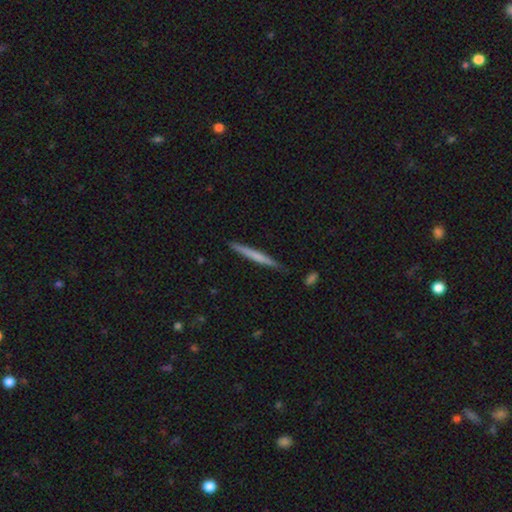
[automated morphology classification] Overall: smooth (56%; featured or disk 39%). How rounded: cigar-shaped (97%). Merging: none (87%).